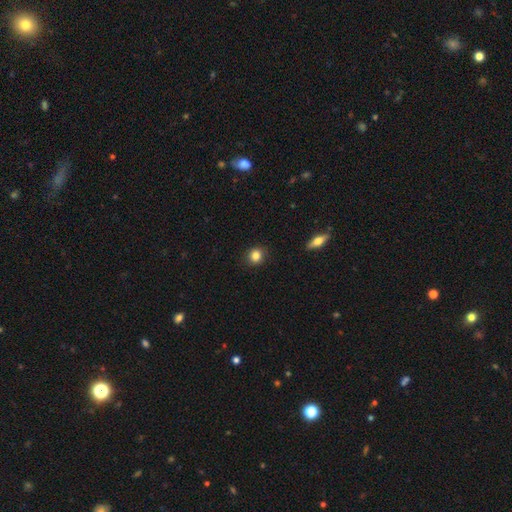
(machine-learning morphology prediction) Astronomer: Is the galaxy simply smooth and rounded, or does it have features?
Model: smooth — 83%.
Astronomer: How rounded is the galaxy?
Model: round — 86%.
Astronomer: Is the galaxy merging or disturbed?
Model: none — 89%.